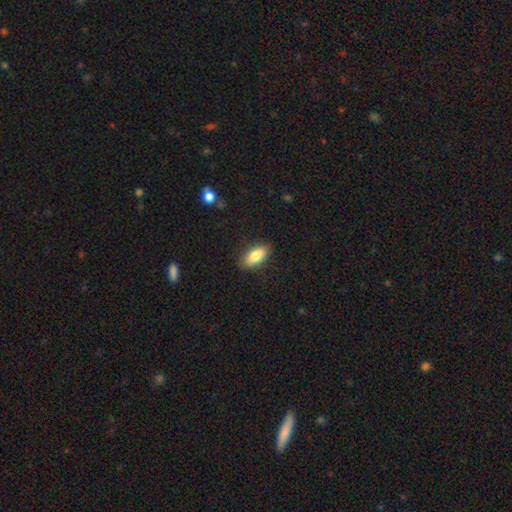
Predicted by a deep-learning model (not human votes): This appears to be a smooth galaxy with no disk features (82%) that is in between round and cigar-shaped (86%). Merging: none (87%).